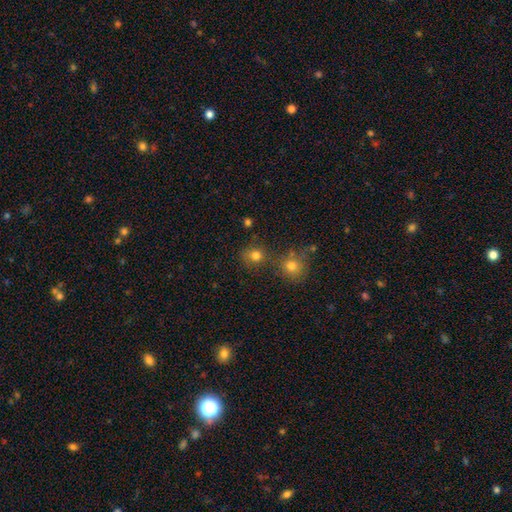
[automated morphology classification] Smooth or featured?
  - smooth: 77% *
  - star or artifact: 16%
  - featured or disk: 7%
How rounded?
  - round: 84% *
  - in between: 15%
  - cigar-shaped: 1%
Merging?
  - none: 65% *
  - merger: 20%
  - minor disturbance: 10%
  - major disturbance: 4%